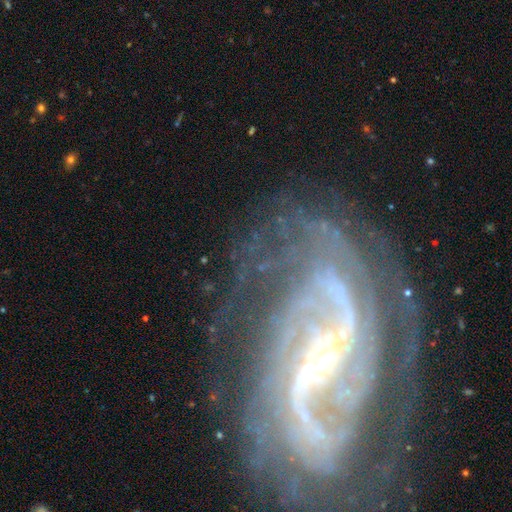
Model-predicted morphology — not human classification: Smooth or featured? featured or disk (92%)
Edge-on disk? no (97%)
Bar? strong (48%)
Spiral arms? yes (97%)
Spiral winding? medium (45%)
Spiral arm count? 2 (63%)
Bulge size? small (84%)
Merging? none (65%)